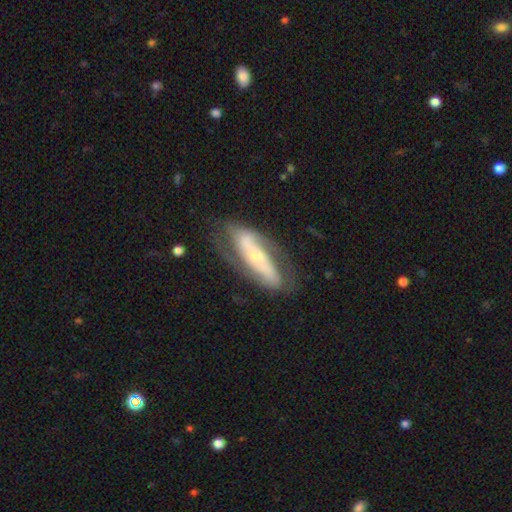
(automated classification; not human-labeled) This is likely a featured or disk galaxy (74%). It is clearly not viewed edge-on (81%). Bar: marginally strong (41%). Spiral arm pattern: likely yes (78%). Central bulge: possibly small (58%). Merging: likely none (66%).